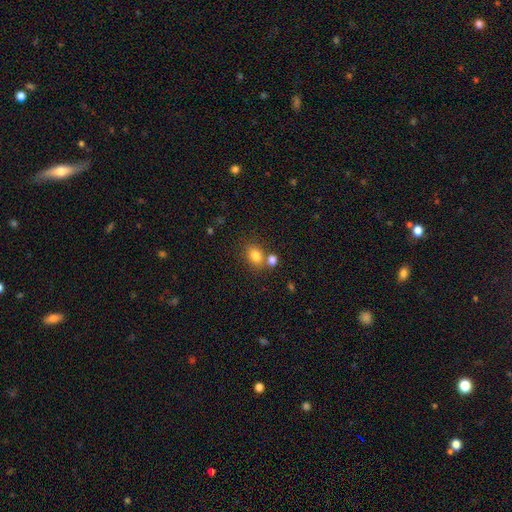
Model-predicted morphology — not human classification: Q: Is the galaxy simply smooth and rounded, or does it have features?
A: smooth — 81%.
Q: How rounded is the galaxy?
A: in between — 58%.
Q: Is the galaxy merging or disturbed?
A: none — 58%.